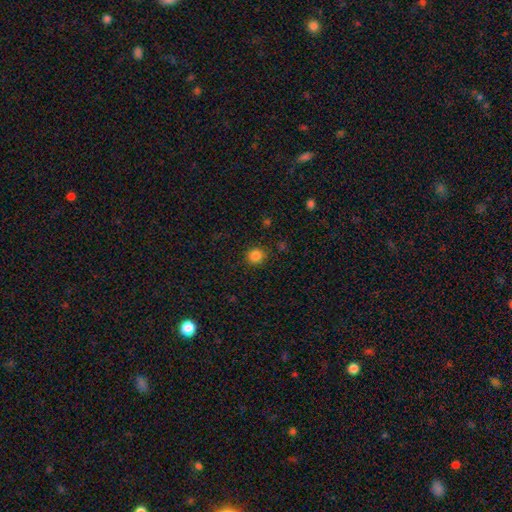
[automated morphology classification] A smooth galaxy with no disk features (84%) that is round (90%).

Vote fractions:
- Smooth or featured? smooth: 84% / star or artifact: 12% / featured or disk: 4%
- How rounded? round: 90% / in between: 9% / cigar-shaped: 1%
- Merging? none: 89% / minor disturbance: 7% / major disturbance: 2% / merger: 1%